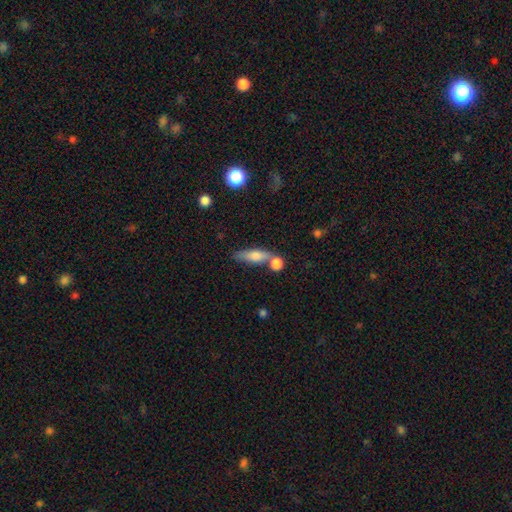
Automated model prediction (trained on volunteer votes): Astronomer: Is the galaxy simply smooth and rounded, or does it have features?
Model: smooth — 67%.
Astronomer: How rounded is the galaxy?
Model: cigar-shaped — 60%.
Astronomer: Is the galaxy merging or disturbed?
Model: none — 60%.